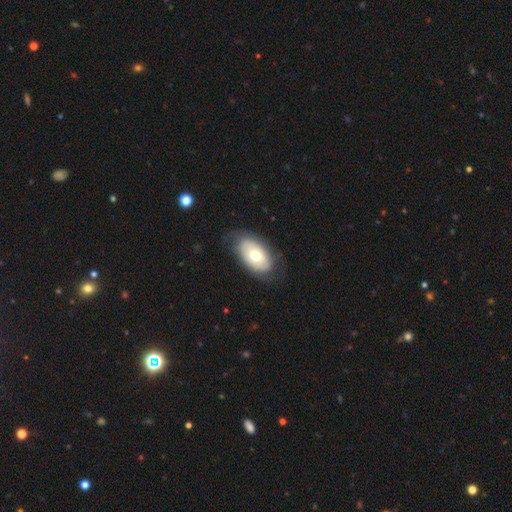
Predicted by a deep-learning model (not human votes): This is possibly a smooth galaxy (59%). How rounded: clearly in between (92%). Merging: likely none (72%).